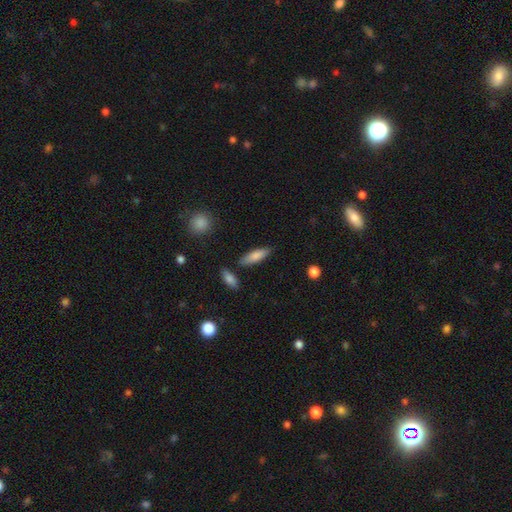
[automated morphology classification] type=smooth (82%); roundness=in between (53%); merging=none (81%).